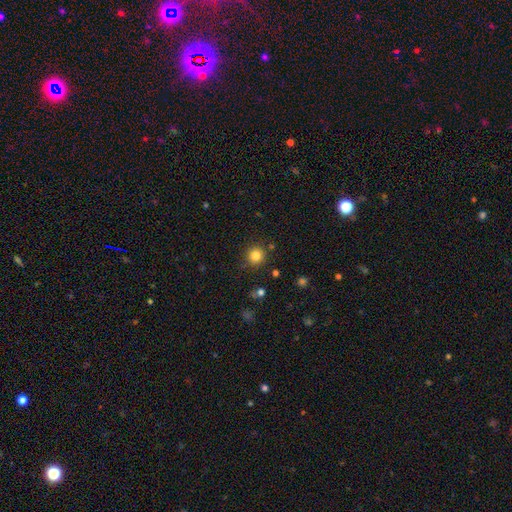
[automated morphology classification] A smooth galaxy with no disk features (83%) that is round (94%).

Vote fractions:
- Smooth or featured? smooth: 83% / star or artifact: 12% / featured or disk: 5%
- How rounded? round: 94% / in between: 5% / cigar-shaped: 1%
- Merging? none: 88% / minor disturbance: 7% / merger: 3% / major disturbance: 3%